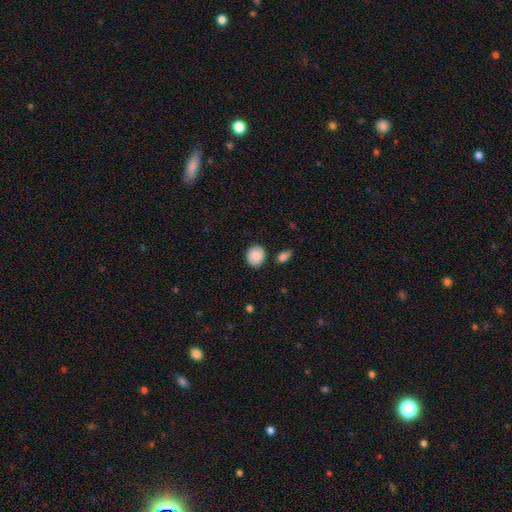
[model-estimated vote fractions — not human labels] smooth_or_featured: smooth (p=0.87) [alt: star or artifact p=0.07]
how_rounded: round (p=0.73) [alt: in between p=0.26]
merging: none (p=0.81) [alt: minor disturbance p=0.12]